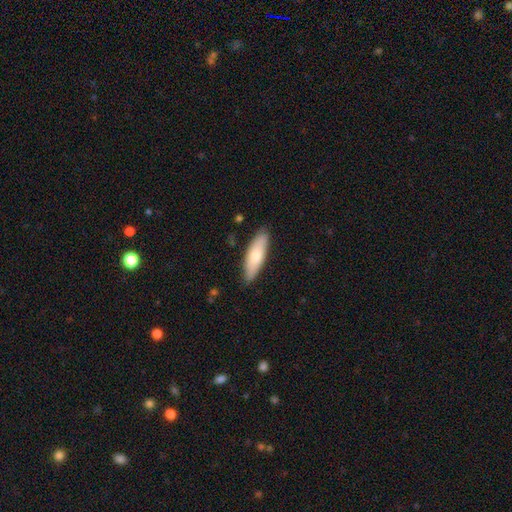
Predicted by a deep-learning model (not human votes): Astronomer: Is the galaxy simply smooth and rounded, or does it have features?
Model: smooth — 71%.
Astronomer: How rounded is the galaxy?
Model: cigar-shaped — 51% (runner-up: in between, 48%).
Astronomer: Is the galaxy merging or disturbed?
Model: none — 84%.